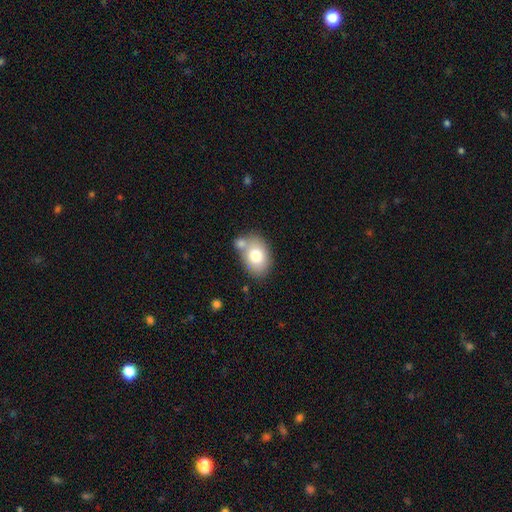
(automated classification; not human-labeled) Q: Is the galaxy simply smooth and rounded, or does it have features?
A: smooth — 75%.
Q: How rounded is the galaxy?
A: in between — 75%.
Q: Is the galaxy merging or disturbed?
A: none — 54%.